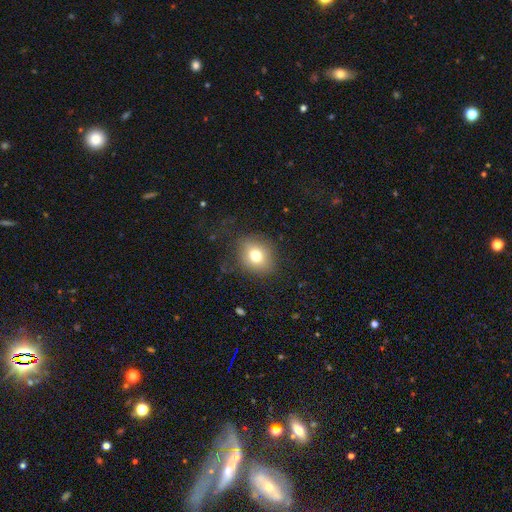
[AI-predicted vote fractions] Overall: smooth (73%). How rounded: round (63%; in between 36%). Merging: none (78%).